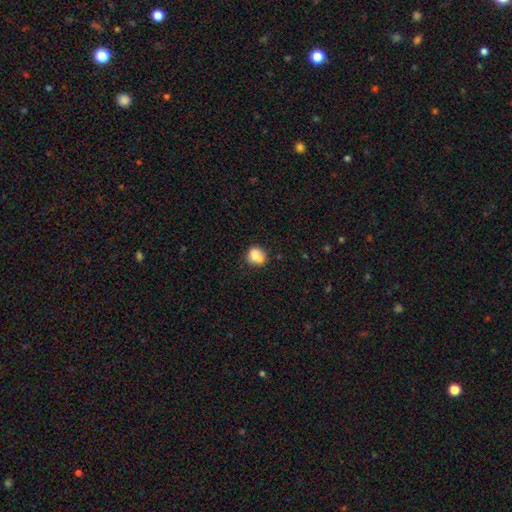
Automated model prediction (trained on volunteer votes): Smooth or featured?
  - smooth: 82% *
  - star or artifact: 9%
  - featured or disk: 9%
How rounded?
  - round: 67% *
  - in between: 32%
  - cigar-shaped: 1%
Merging?
  - none: 59% *
  - minor disturbance: 23%
  - merger: 12%
  - major disturbance: 6%